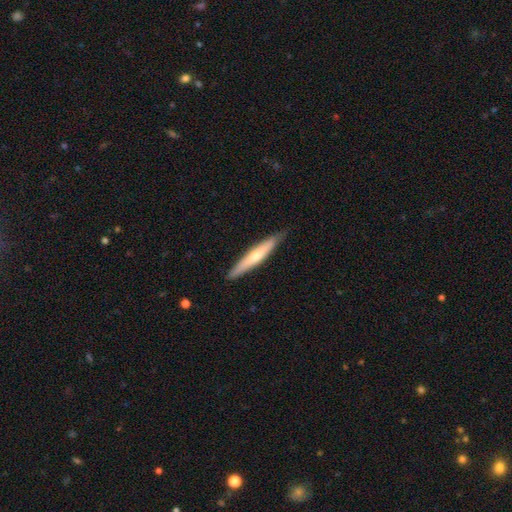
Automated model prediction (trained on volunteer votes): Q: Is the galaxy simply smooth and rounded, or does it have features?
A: smooth — 54%.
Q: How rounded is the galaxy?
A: cigar-shaped — 93%.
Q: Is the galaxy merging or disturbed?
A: none — 87%.